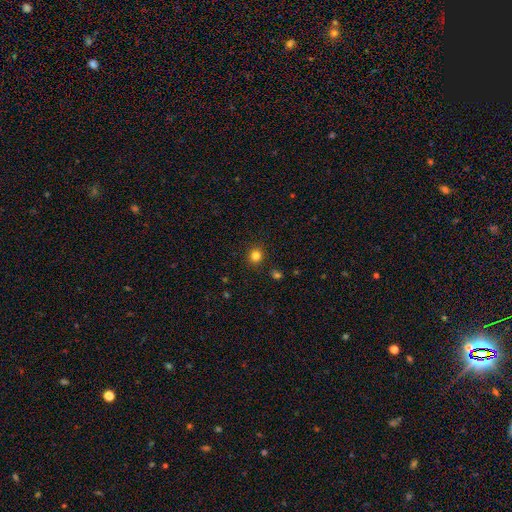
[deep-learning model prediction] Smooth or featured? Predicted: smooth (p=0.81). How rounded? Predicted: round (p=0.86). Merging? Predicted: none (p=0.90).